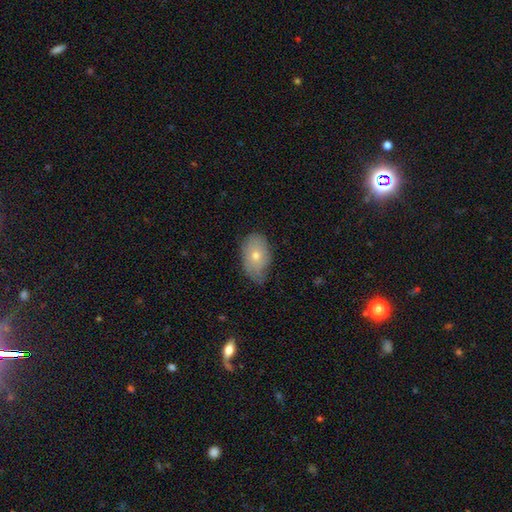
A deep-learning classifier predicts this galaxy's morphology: type=smooth (64%); roundness=in between (87%); merging=none (57%).